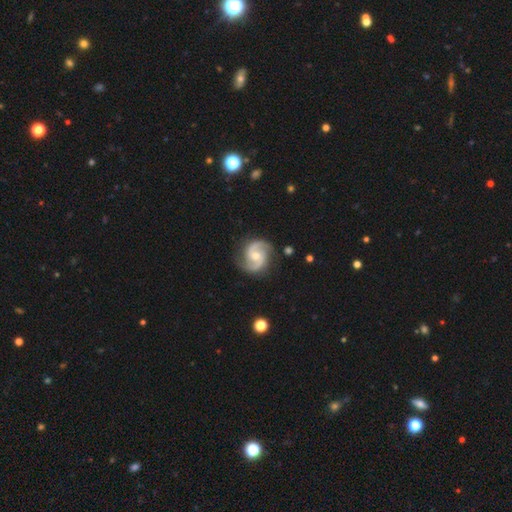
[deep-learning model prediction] The model was most divided on "bulge size": moderate: 55%, small: 40%, large: 2%, none: 2%, dominant: 1%. More confident: spiral arms — yes (98%); edge-on disk — no (98%); spiral arm count — 2 (94%); smooth or featured — featured or disk (92%); merging — none (84%); spiral winding — medium (61%); bar — no (55%).